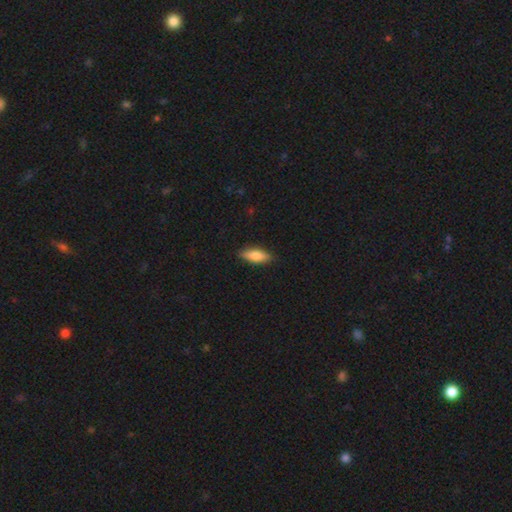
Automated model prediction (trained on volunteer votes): Smooth or featured: smooth — 76% (featured or disk — 18%)
How rounded: in between — 64% (cigar-shaped — 33%)
Merging: none — 87% (minor disturbance — 10%)